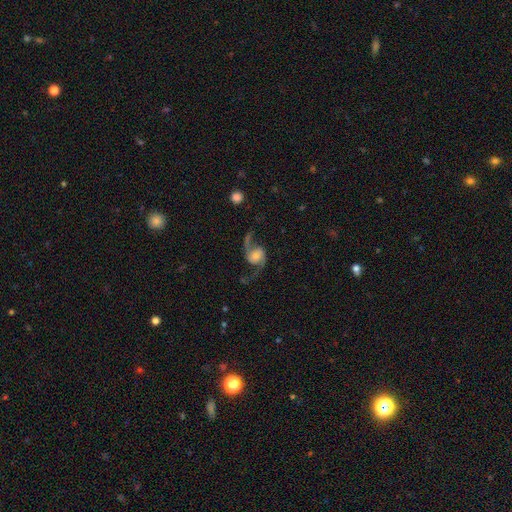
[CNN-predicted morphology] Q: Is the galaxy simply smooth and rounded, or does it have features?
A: featured or disk — 90%.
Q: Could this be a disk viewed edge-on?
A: no — 98%.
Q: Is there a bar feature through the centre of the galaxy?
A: no — 66%.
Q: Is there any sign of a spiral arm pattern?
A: yes — 98%.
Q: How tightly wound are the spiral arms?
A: loose — 69%.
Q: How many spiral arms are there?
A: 2 — 94%.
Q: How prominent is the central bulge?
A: moderate — 40%.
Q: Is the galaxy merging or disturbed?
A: none — 73%.